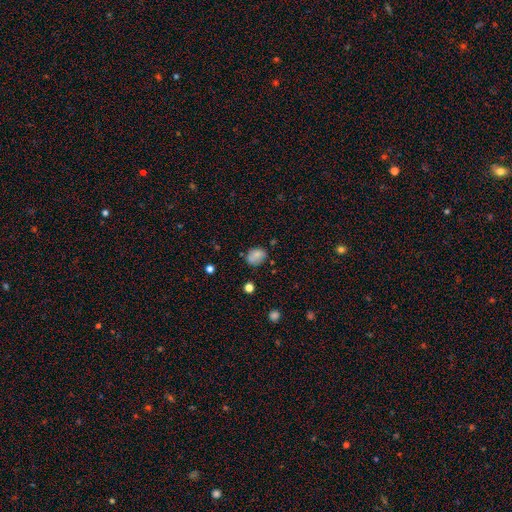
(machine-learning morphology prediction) type=smooth (80%); roundness=in between (62%); merging=none (68%).